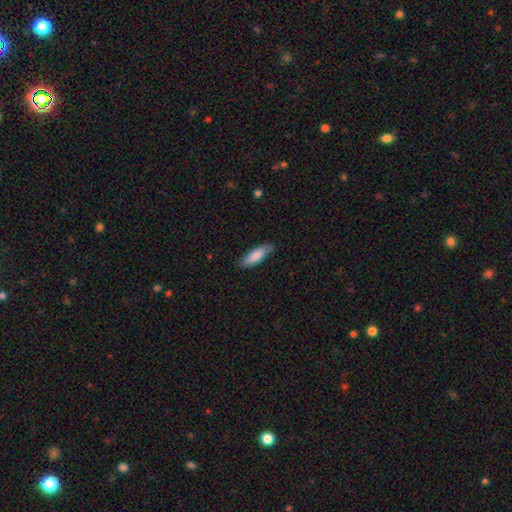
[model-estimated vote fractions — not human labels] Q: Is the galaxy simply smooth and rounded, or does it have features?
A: smooth — 81%.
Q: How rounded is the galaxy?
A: in between — 53%.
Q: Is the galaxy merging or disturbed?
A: none — 81%.